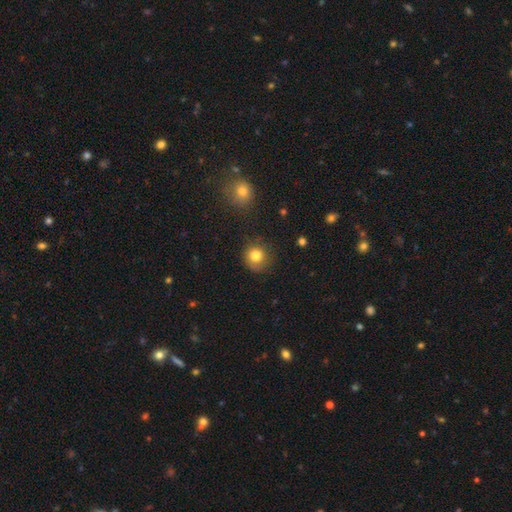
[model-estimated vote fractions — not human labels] smooth_or_featured: smooth (p=0.81) [alt: star or artifact p=0.11]
how_rounded: round (p=0.90) [alt: in between p=0.09]
merging: none (p=0.77) [alt: minor disturbance p=0.16]